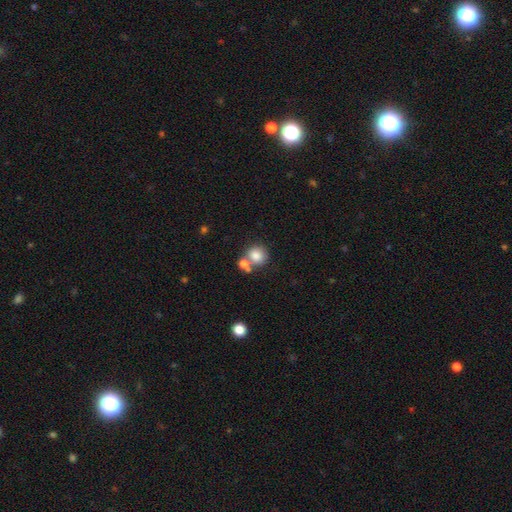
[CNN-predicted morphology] The model was most divided on "merging": none: 51%, merger: 36%, minor disturbance: 10%, major disturbance: 4%. More confident: smooth or featured — smooth (81%); how rounded — round (80%).